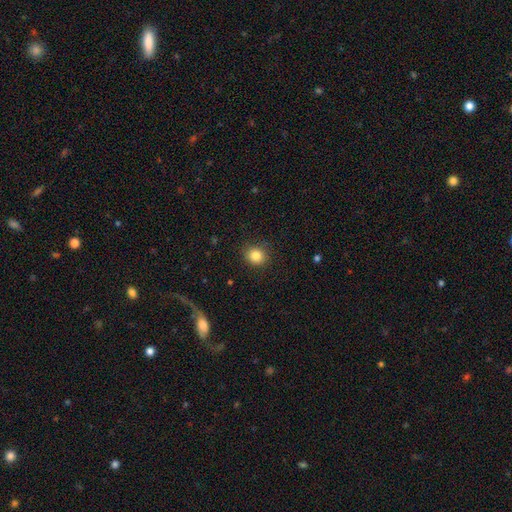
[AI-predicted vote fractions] smooth-or-featured: smooth: 84% | star or artifact: 11% | featured or disk: 5%
  how-rounded: round: 84% | in between: 15% | cigar-shaped: 1%
  merging: none: 89% | minor disturbance: 8% | major disturbance: 2% | merger: 1%